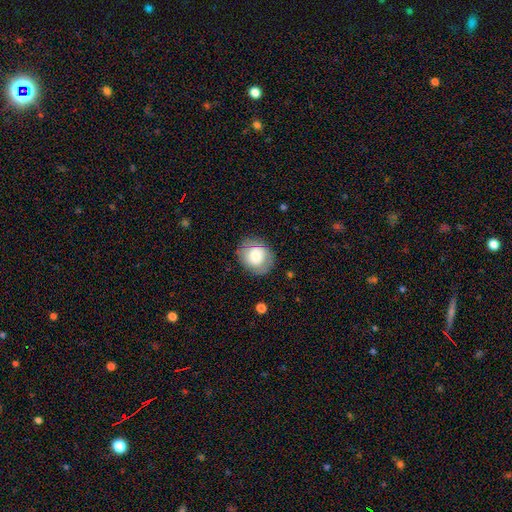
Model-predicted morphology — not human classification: Smooth or featured: smooth — 71% (featured or disk — 21%)
How rounded: round — 65% (in between — 34%)
Merging: none — 78% (minor disturbance — 15%)